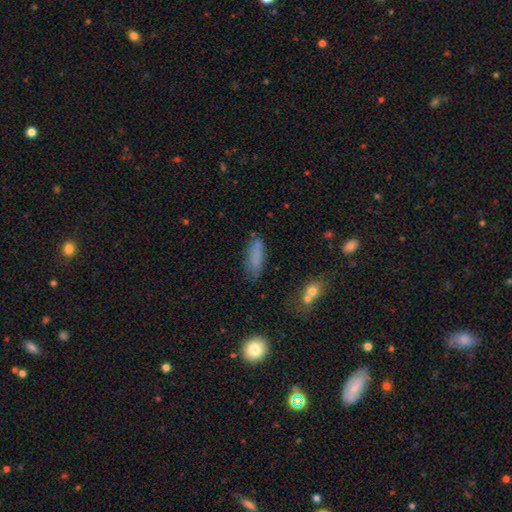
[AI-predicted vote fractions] smooth 79%, star or artifact 11%, featured or disk 11%. Down the decision tree: how rounded — in between (54%); merging — none (65%).